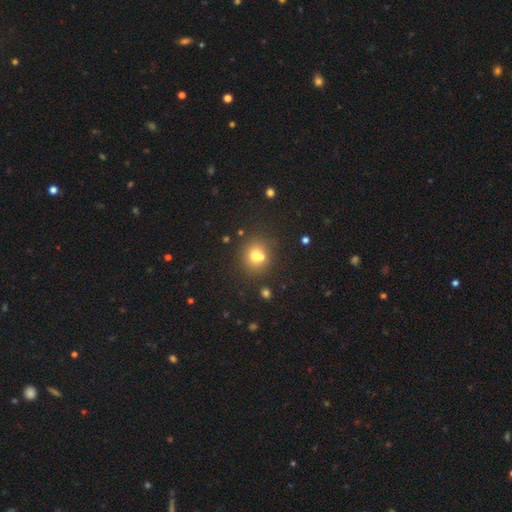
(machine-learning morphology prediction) Q: Smooth or featured?
A: smooth (69%); runner-up: featured or disk (16%)
Q: How rounded?
A: round (81%); runner-up: in between (19%)
Q: Merging?
A: none (55%); runner-up: merger (32%)